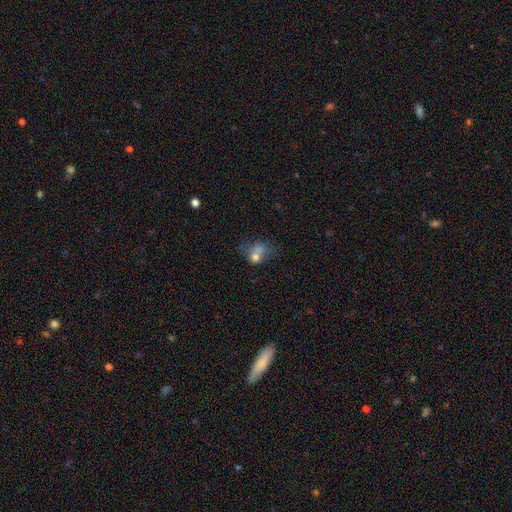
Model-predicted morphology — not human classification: Smooth or featured: smooth — 65% (featured or disk — 21%)
How rounded: round — 51% (in between — 48%)
Merging: merger — 43% (none — 26%)